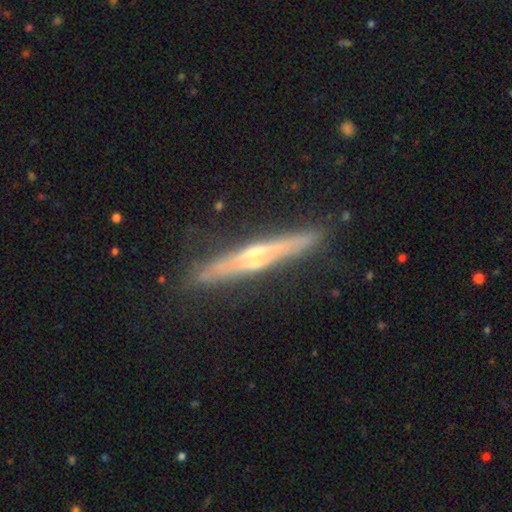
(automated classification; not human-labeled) Overall: featured or disk (73%). Edge-on disk: yes (95%). Edge-on bulge: rounded (66%). Merging: none (84%).